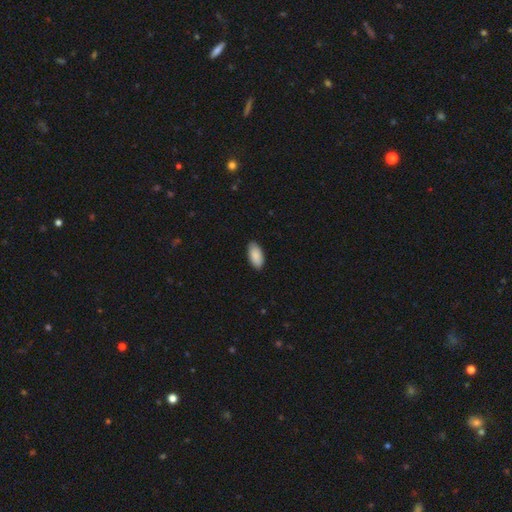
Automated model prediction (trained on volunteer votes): smooth_or_featured: smooth (p=0.90) [alt: star or artifact p=0.06]
how_rounded: in between (p=0.94) [alt: cigar-shaped p=0.04]
merging: none (p=0.88) [alt: minor disturbance p=0.09]